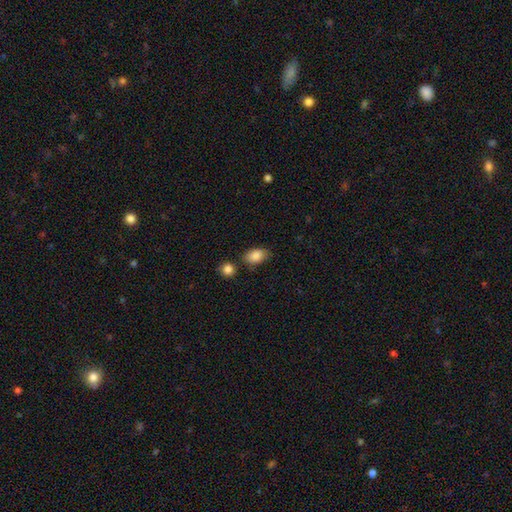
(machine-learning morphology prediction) smooth 87%, star or artifact 8%, featured or disk 6%. Down the decision tree: how rounded — in between (85%); merging — none (70%).